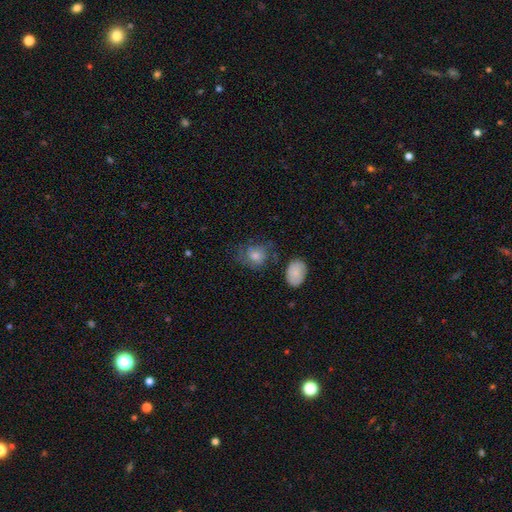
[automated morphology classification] Smooth or featured? smooth (47%)
Merging? none (57%)